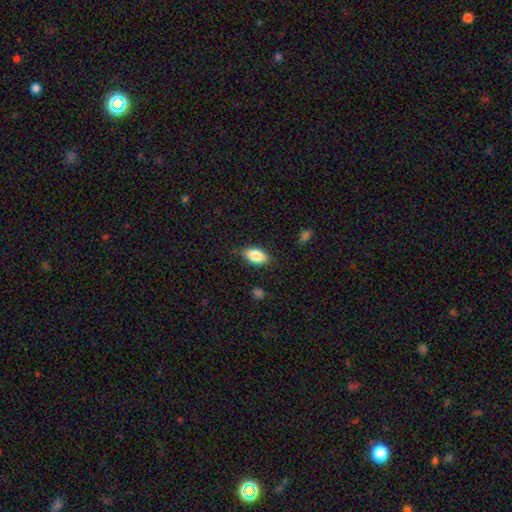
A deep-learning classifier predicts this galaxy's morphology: A smooth galaxy with no disk features (83%) that is in between round and cigar-shaped (90%). Merging: none (78%).